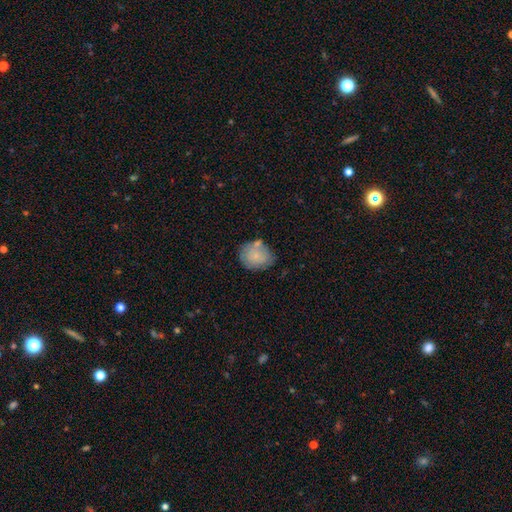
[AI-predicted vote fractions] Smooth or featured: smooth — 70% (featured or disk — 23%)
How rounded: in between — 51% (round — 48%)
Merging: none — 58% (minor disturbance — 23%)